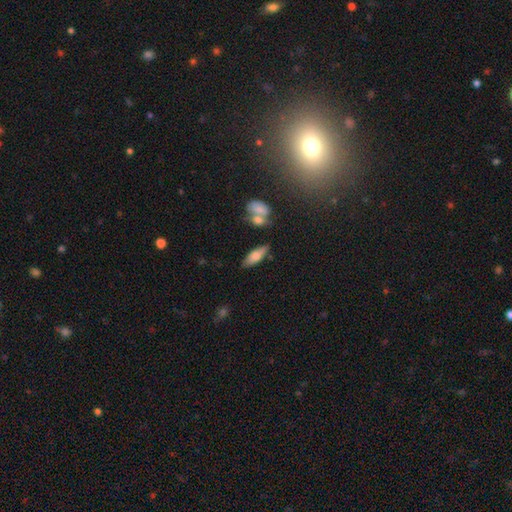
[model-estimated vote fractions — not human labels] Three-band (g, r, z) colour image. It shows a smooth galaxy with no disk features (72%) that is in between round and cigar-shaped (64%). Merging: none (71%).